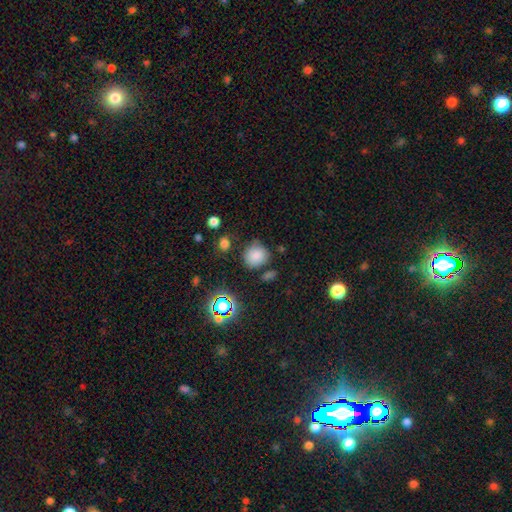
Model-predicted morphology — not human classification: This is likely a smooth galaxy (79%). How rounded: clearly round (84%). Merging: likely none (66%).